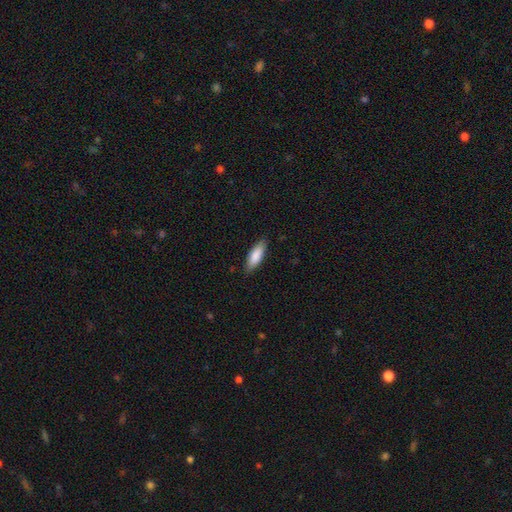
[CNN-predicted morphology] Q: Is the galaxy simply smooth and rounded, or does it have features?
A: smooth — 85%.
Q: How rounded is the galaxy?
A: in between — 58%.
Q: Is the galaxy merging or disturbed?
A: none — 85%.